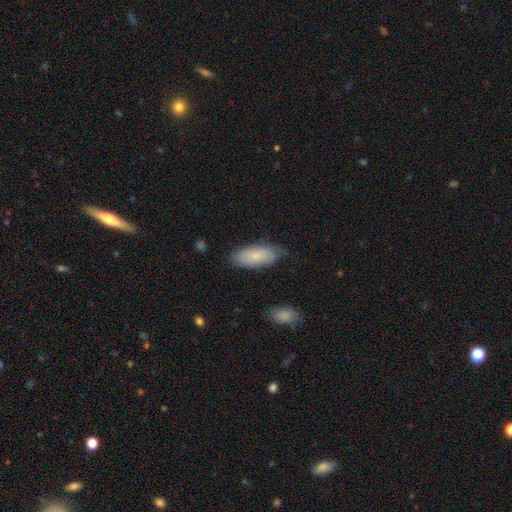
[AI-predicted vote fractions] Smooth or featured?
  - smooth: 69% *
  - featured or disk: 25%
  - star or artifact: 6%
How rounded?
  - in between: 84% *
  - cigar-shaped: 13%
  - round: 2%
Merging?
  - none: 71% *
  - minor disturbance: 23%
  - major disturbance: 5%
  - merger: 2%